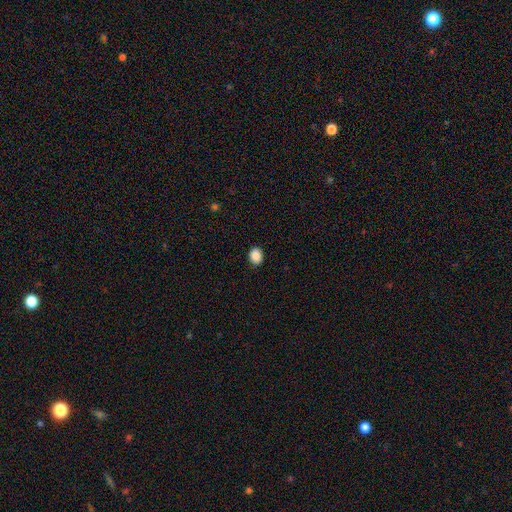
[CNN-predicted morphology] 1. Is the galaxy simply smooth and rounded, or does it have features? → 89% smooth, 8% star or artifact, 3% featured or disk.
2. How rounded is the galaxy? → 51% round, 48% in between, 1% cigar-shaped.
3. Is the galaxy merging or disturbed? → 90% none, 7% minor disturbance, 2% major disturbance, 1% merger.